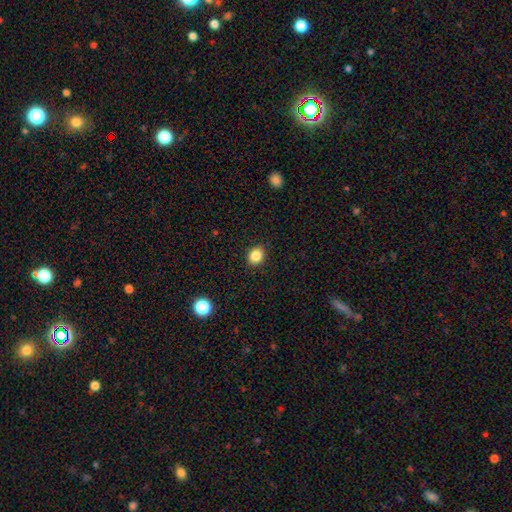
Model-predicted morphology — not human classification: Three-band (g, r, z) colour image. It shows a smooth galaxy with no disk features (85%) that is round (67%). Merging: none (90%).